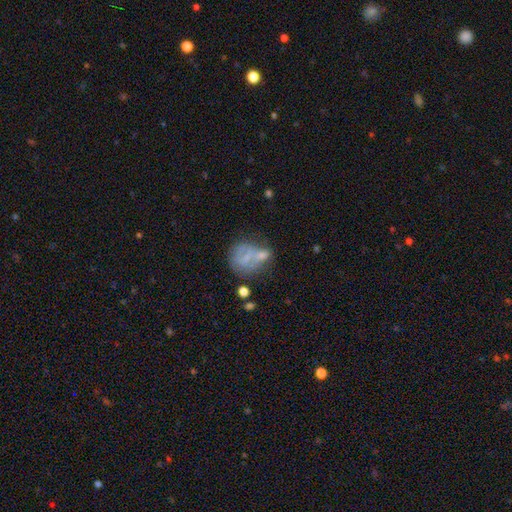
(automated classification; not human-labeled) Morphology: type=featured or disk (43%); merging=none (35%).